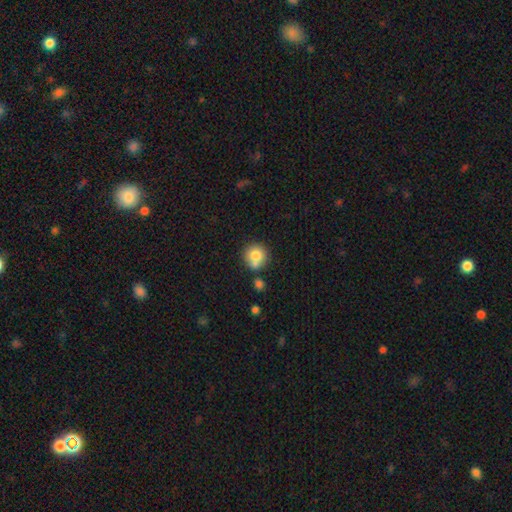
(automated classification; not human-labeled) Smooth or featured?
  - smooth: 77% *
  - featured or disk: 13%
  - star or artifact: 10%
How rounded?
  - round: 91% *
  - in between: 8%
  - cigar-shaped: 1%
Merging?
  - none: 60% *
  - merger: 25%
  - minor disturbance: 12%
  - major disturbance: 3%